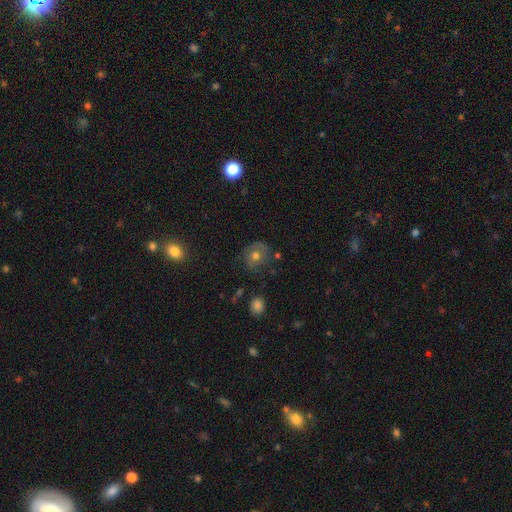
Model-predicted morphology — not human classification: type=smooth (57%); roundness=round (73%); merging=none (65%).